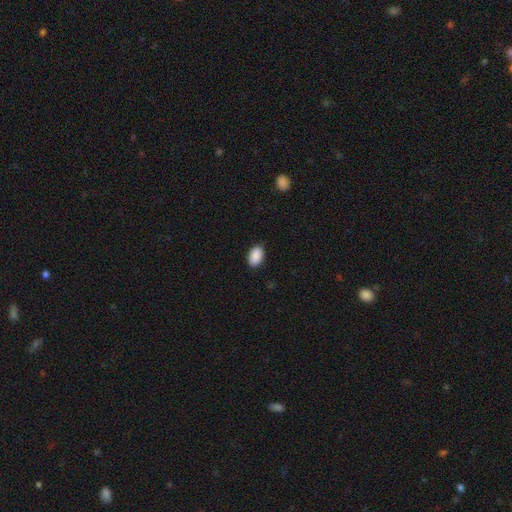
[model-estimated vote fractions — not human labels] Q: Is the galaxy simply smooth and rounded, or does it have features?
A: smooth — 90%.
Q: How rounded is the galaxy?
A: in between — 91%.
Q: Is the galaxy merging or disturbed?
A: none — 87%.